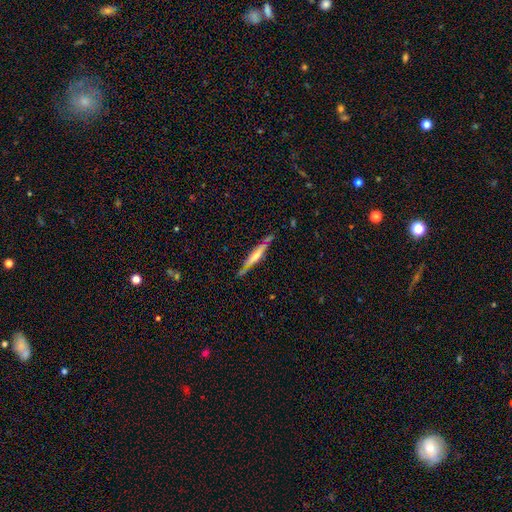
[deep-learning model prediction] The model was most divided on "smooth or featured": featured or disk: 60%, smooth: 34%, star or artifact: 6%. More confident: edge-on disk — yes (90%); merging — none (76%); edge-on bulge — rounded (58%).